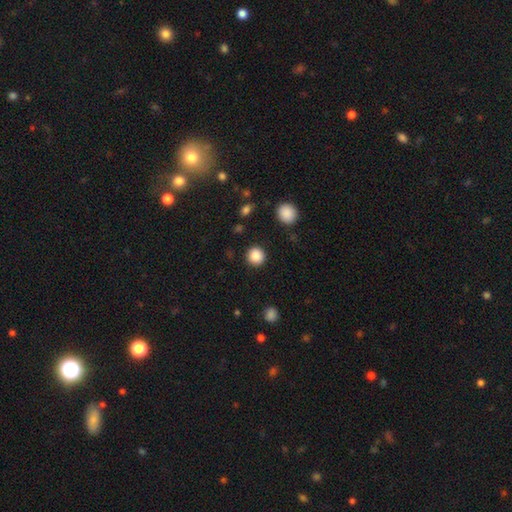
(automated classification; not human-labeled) A smooth galaxy with no disk features (87%) that is round (93%).

Vote fractions:
- Smooth or featured? smooth: 87% / star or artifact: 10% / featured or disk: 3%
- How rounded? round: 93% / in between: 6% / cigar-shaped: 1%
- Merging? none: 90% / minor disturbance: 6% / major disturbance: 3% / merger: 1%